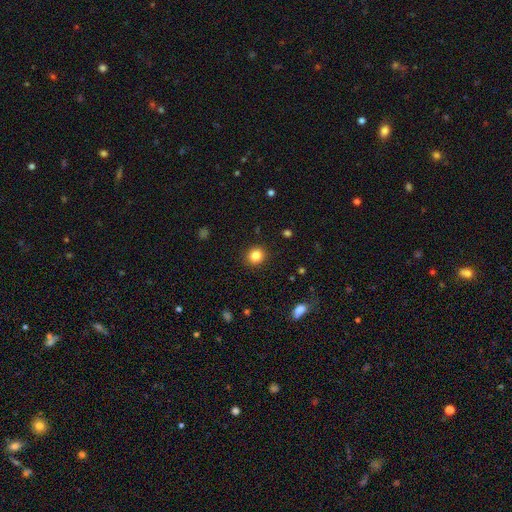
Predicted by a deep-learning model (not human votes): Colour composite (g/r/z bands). It shows a smooth galaxy with no disk features (84%) that is round (86%). Merging: none (91%).